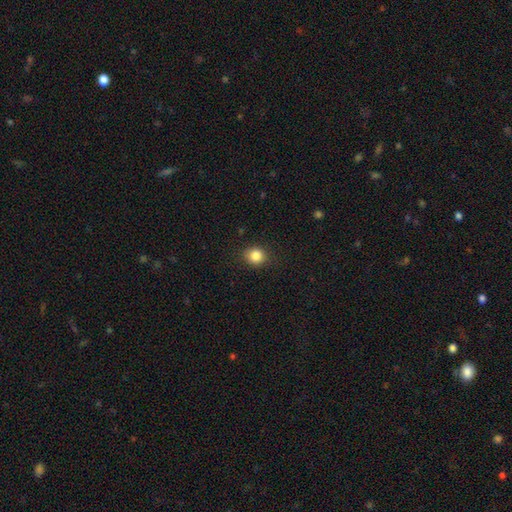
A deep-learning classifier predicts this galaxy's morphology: smooth_or_featured: smooth (p=0.85) [alt: star or artifact p=0.10]
how_rounded: round (p=0.77) [alt: in between p=0.22]
merging: none (p=0.87) [alt: minor disturbance p=0.09]